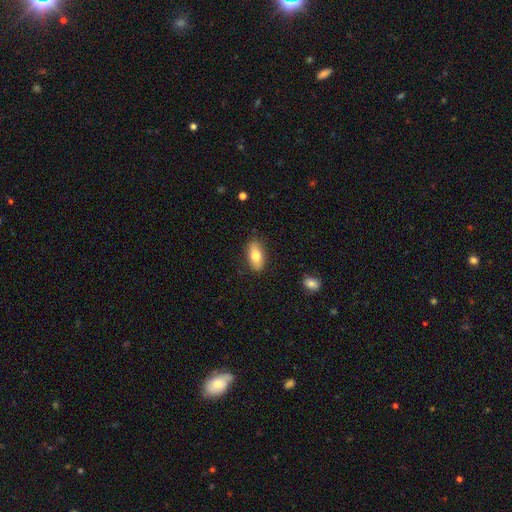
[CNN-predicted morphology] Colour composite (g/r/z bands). It shows a smooth galaxy with no disk features (76%) that is in between round and cigar-shaped (87%). Merging: none (86%).